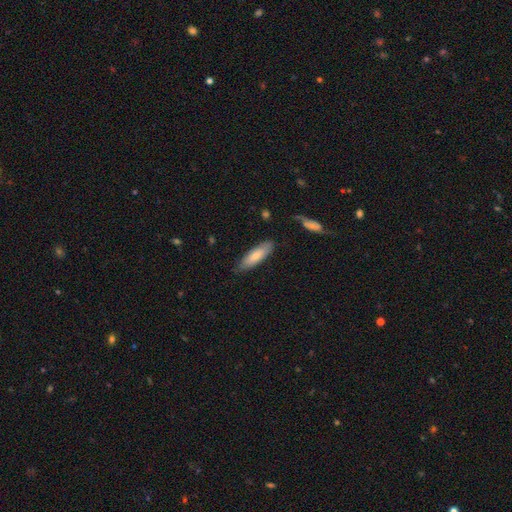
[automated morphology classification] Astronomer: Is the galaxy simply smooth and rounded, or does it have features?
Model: smooth — 76%.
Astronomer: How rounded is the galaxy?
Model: cigar-shaped — 51% (runner-up: in between, 47%).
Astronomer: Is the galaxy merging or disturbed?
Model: none — 78%.